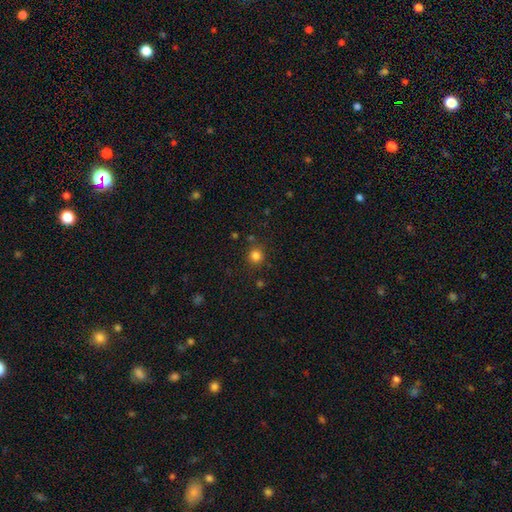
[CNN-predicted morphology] smooth 81%, star or artifact 15%, featured or disk 4%. Down the decision tree: how rounded — round (90%); merging — none (84%).